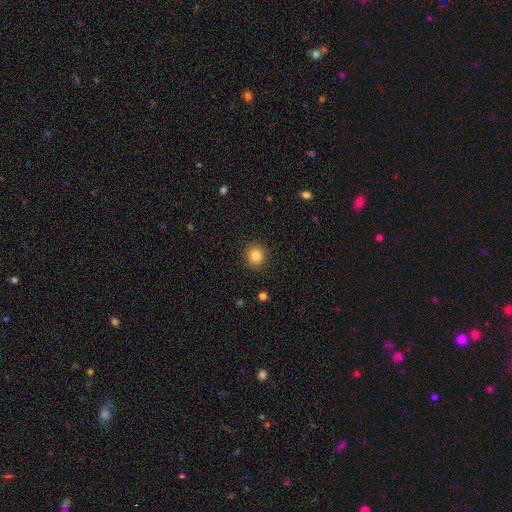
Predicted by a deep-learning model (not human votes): Smooth or featured? smooth (84%)
How rounded? round (87%)
Merging? none (91%)